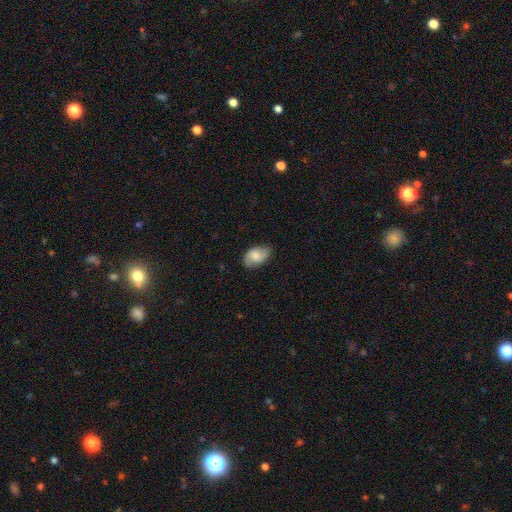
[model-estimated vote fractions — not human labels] smooth_or_featured: smooth (p=0.60) [alt: featured or disk p=0.32]
how_rounded: in between (p=0.89) [alt: round p=0.09]
merging: none (p=0.72) [alt: minor disturbance p=0.22]